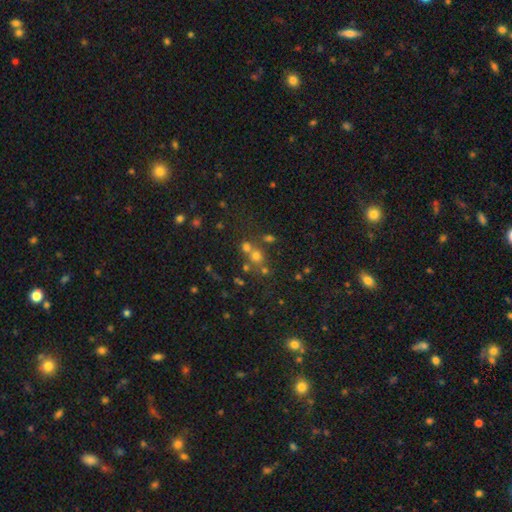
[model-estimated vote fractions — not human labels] The model was most divided on "merging": none: 51%, merger: 37%, minor disturbance: 8%, major disturbance: 4%. More confident: how rounded — round (82%); smooth or featured — smooth (56%).